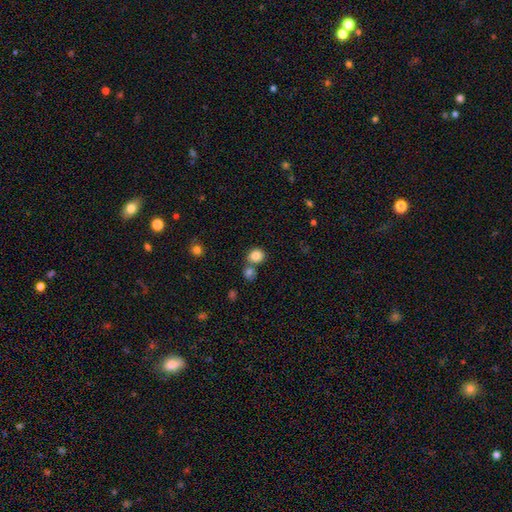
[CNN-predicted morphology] This appears to be a smooth galaxy with no disk features (84%) that is round (79%). Merging: none (61%).